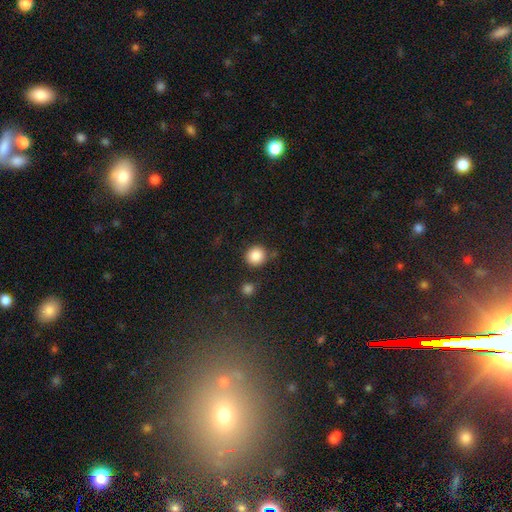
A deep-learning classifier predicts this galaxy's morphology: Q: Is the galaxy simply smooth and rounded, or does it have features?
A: smooth — 87%.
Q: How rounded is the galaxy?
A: round — 94%.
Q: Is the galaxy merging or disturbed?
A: none — 81%.